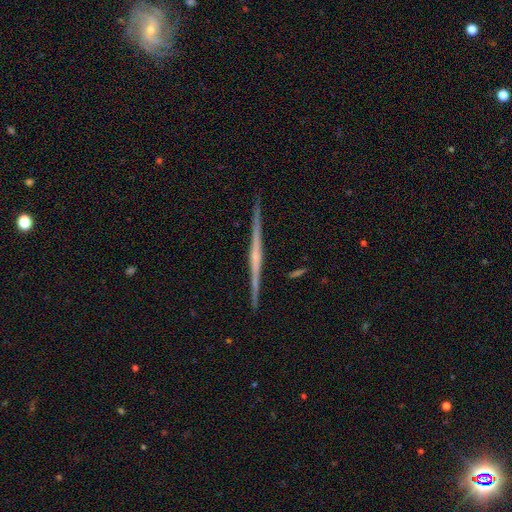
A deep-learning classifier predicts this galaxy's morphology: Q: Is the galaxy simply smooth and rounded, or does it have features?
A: featured or disk — 80%.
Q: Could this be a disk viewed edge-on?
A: yes — 99%.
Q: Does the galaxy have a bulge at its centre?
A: none — 45%.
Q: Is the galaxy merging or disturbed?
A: none — 92%.